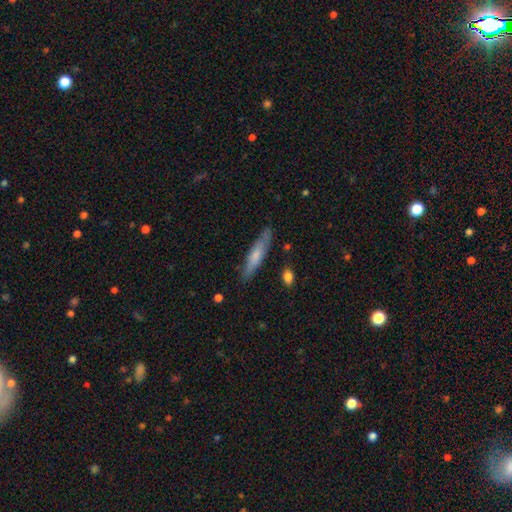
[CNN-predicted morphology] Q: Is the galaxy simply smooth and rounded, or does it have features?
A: smooth — 61%.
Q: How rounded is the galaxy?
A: cigar-shaped — 86%.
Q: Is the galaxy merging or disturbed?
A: none — 82%.